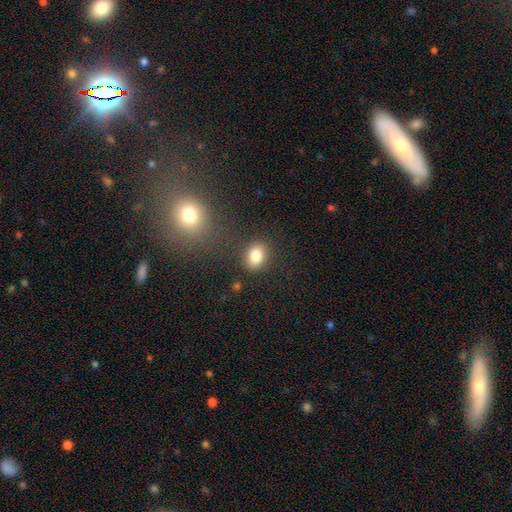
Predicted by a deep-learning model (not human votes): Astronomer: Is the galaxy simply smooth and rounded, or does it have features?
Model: smooth — 82%.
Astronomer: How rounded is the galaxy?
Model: in between — 66%.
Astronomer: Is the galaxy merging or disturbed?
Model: none — 83%.